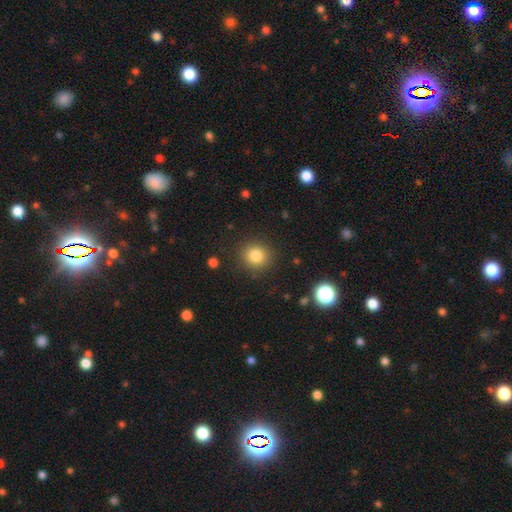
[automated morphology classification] This is clearly a smooth galaxy (82%). How rounded: clearly round (89%). Merging: clearly none (89%).